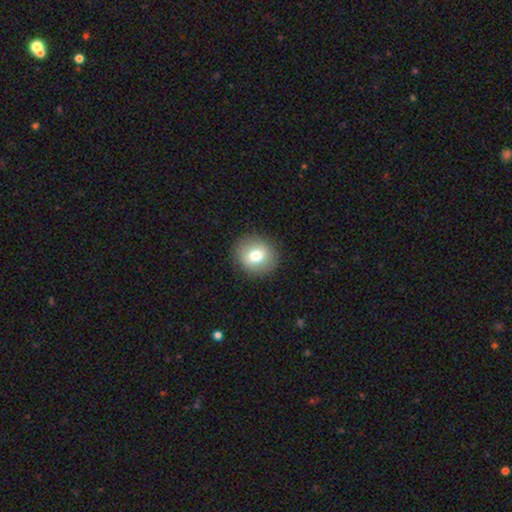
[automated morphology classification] This appears to be a smooth galaxy with no disk features (74%) that is round (84%). Merging: none (89%).